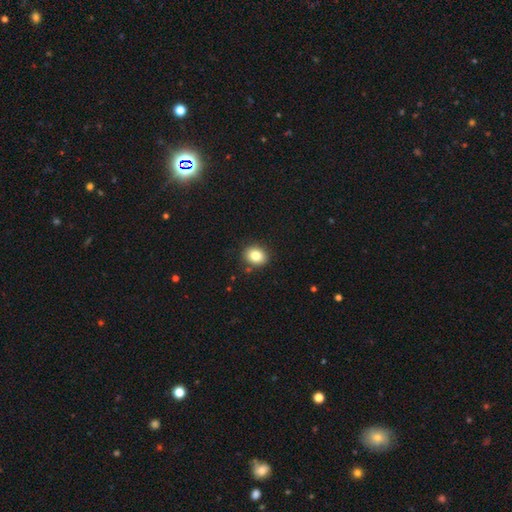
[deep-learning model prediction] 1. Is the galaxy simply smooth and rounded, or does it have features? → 83% smooth, 10% star or artifact, 7% featured or disk.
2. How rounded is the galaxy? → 56% round, 43% in between, 1% cigar-shaped.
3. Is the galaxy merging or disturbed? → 87% none, 8% minor disturbance, 2% major disturbance, 2% merger.